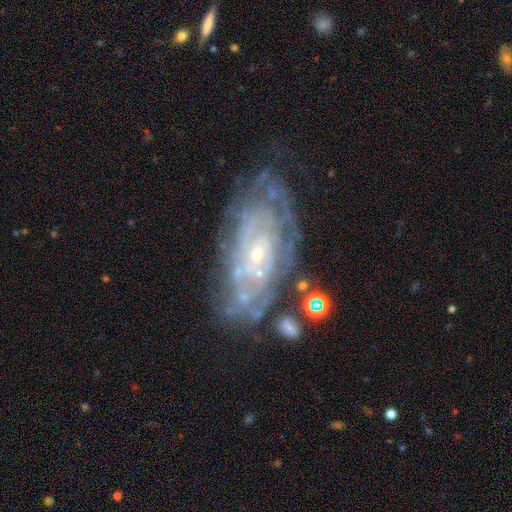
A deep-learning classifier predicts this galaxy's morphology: smooth-or-featured: featured or disk: 80% | smooth: 12% | star or artifact: 8%
  disk-edge-on: no: 92% | yes: 8%
    bar: no: 65% | weak: 28% | strong: 8%
    has-spiral-arms: yes: 81% | no: 19%
      spiral-winding: tight: 73% | medium: 21% | loose: 6%
      spiral-arm-count: can't tell: 61% | 2: 11% | 4: 9% | 3: 9% | more than 4: 6% | 1: 4%
    bulge-size: small: 73% | moderate: 21% | none: 3% | large: 2% | dominant: 1%
  merging: none: 60% | minor disturbance: 22% | major disturbance: 11% | merger: 6%